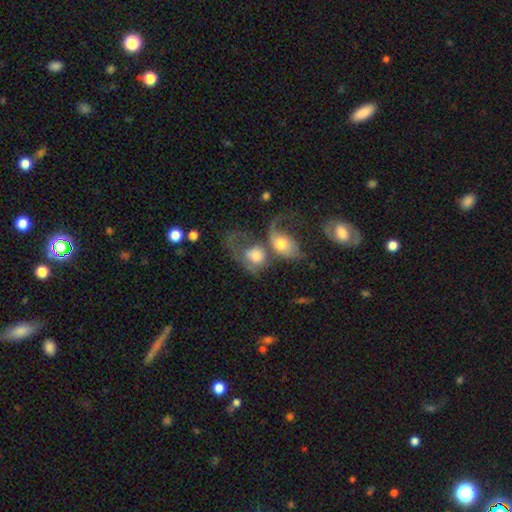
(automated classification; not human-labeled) A smooth galaxy with no disk features (57%) that is in between round and cigar-shaped (57%). Merging: merger (65%).